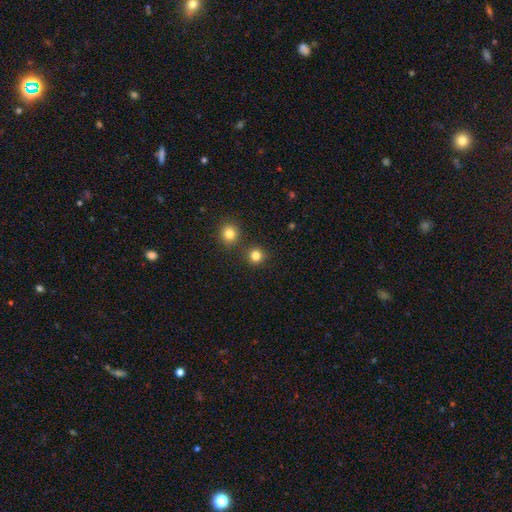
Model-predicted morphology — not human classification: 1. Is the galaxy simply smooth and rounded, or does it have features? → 82% smooth, 14% star or artifact, 5% featured or disk.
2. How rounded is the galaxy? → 93% round, 6% in between, 1% cigar-shaped.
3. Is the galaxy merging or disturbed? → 83% none, 9% merger, 6% minor disturbance, 2% major disturbance.